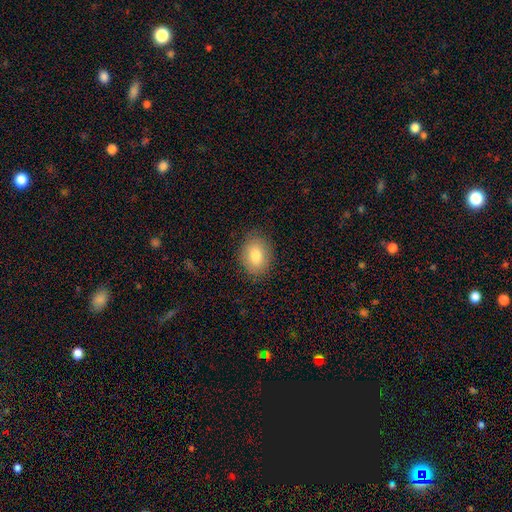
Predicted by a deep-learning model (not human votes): Smooth or featured?
  - smooth: 83% *
  - featured or disk: 10%
  - star or artifact: 8%
How rounded?
  - in between: 69% *
  - round: 30%
  - cigar-shaped: 1%
Merging?
  - none: 85% *
  - minor disturbance: 11%
  - major disturbance: 3%
  - merger: 1%